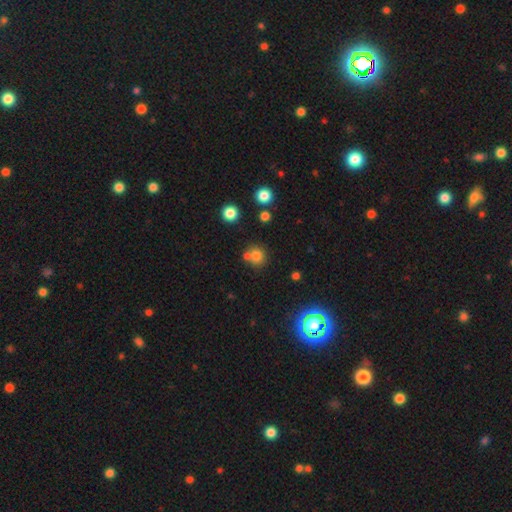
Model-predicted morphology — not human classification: Smooth or featured? smooth (75%)
How rounded? round (87%)
Merging? none (61%)